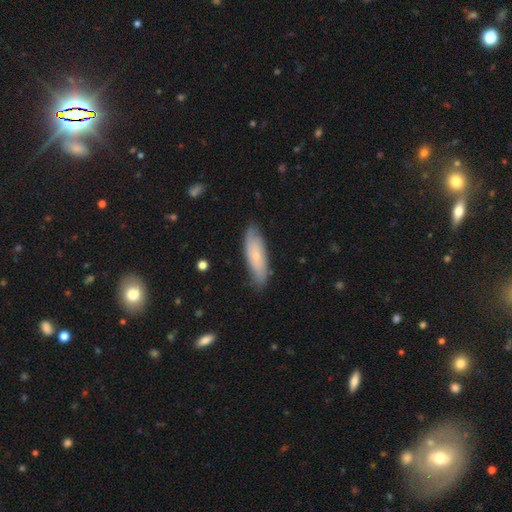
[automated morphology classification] type=smooth (53%); roundness=cigar-shaped (53%); merging=none (79%).